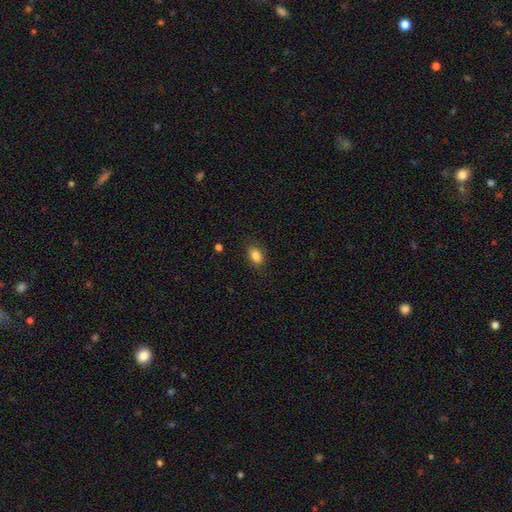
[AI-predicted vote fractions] A smooth galaxy with no disk features (86%) that is in between round and cigar-shaped (79%).

Vote fractions:
- Smooth or featured? smooth: 86% / star or artifact: 9% / featured or disk: 5%
- How rounded? in between: 79% / round: 20% / cigar-shaped: 2%
- Merging? none: 84% / minor disturbance: 11% / major disturbance: 3% / merger: 1%